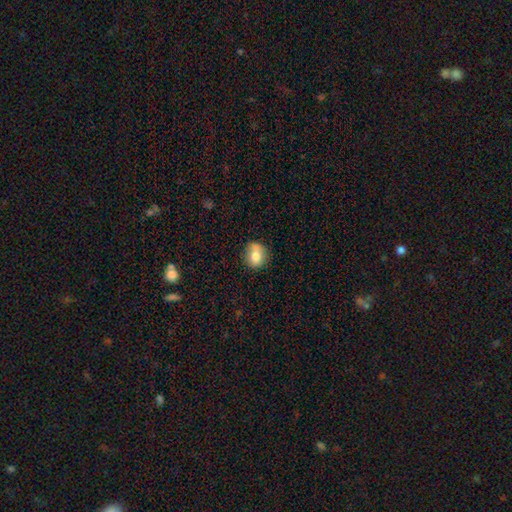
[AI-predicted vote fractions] This appears to be a smooth galaxy with no disk features (75%) that is round (76%). Merging: none (69%).